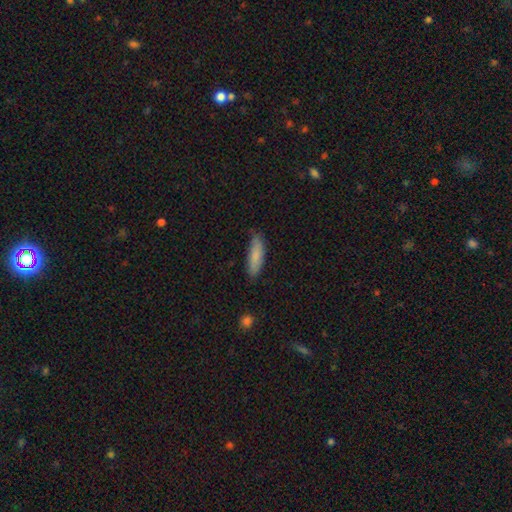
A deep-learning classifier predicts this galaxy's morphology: smooth-or-featured: smooth: 82% | featured or disk: 12% | star or artifact: 6%
  how-rounded: cigar-shaped: 56% | in between: 42% | round: 2%
  merging: none: 78% | minor disturbance: 18% | major disturbance: 3% | merger: 1%